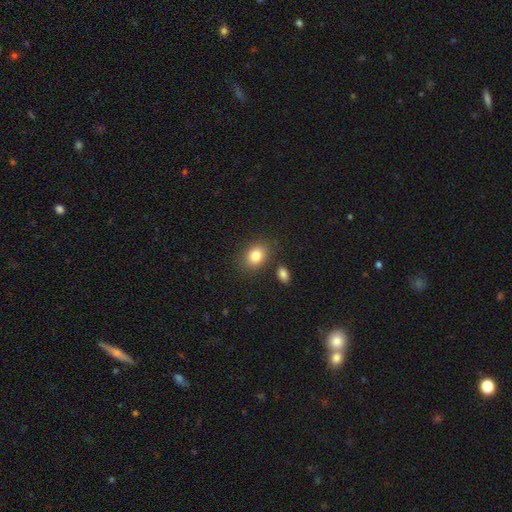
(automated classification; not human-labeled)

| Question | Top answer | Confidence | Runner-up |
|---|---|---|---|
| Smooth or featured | smooth | 83% | star or artifact (9%) |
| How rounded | in between | 63% | round (36%) |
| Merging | none | 79% | minor disturbance (11%) |